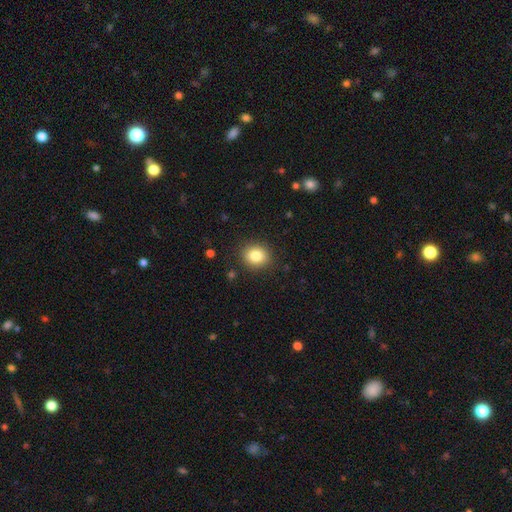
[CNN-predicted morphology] Smooth or featured: smooth — 83% (star or artifact — 10%)
How rounded: round — 71% (in between — 28%)
Merging: none — 88% (minor disturbance — 8%)